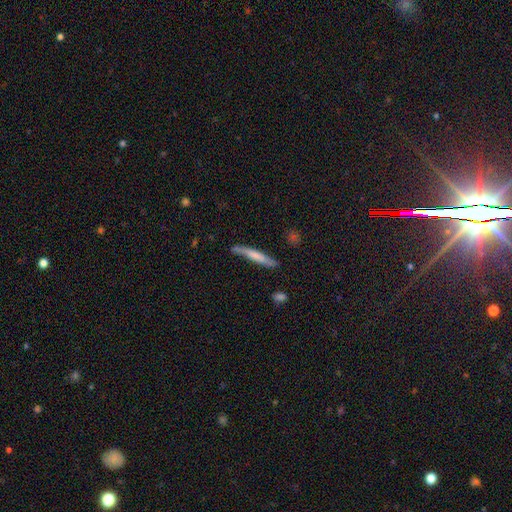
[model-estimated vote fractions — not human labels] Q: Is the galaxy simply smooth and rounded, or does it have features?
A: smooth — 59%.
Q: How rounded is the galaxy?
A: cigar-shaped — 94%.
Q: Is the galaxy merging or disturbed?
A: none — 72%.